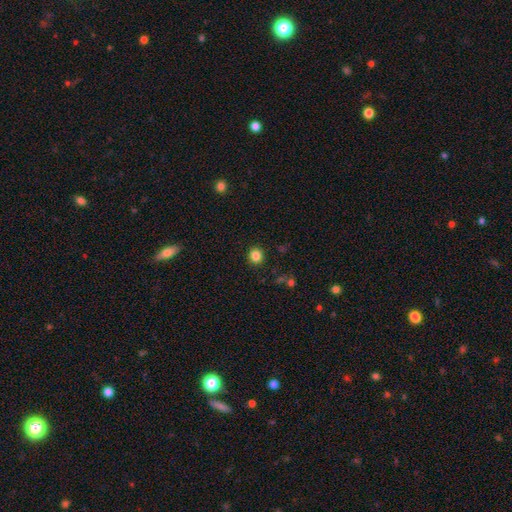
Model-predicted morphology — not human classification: The model was most divided on "smooth or featured": smooth: 84%, star or artifact: 12%, featured or disk: 4%. More confident: merging — none (91%); how rounded — round (86%).